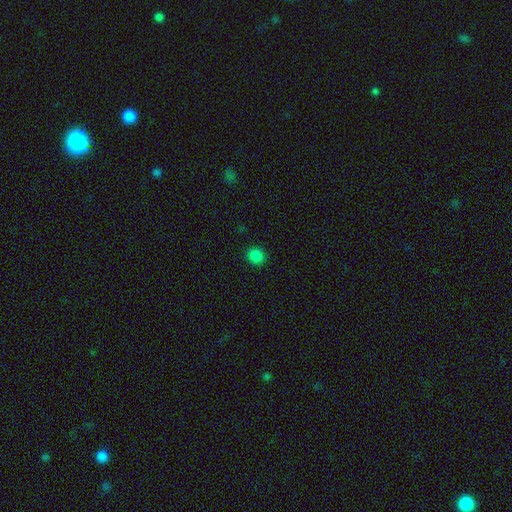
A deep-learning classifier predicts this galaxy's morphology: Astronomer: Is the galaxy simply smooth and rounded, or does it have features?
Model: smooth — 84%.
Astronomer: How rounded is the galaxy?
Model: round — 88%.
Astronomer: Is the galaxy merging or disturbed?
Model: none — 92%.